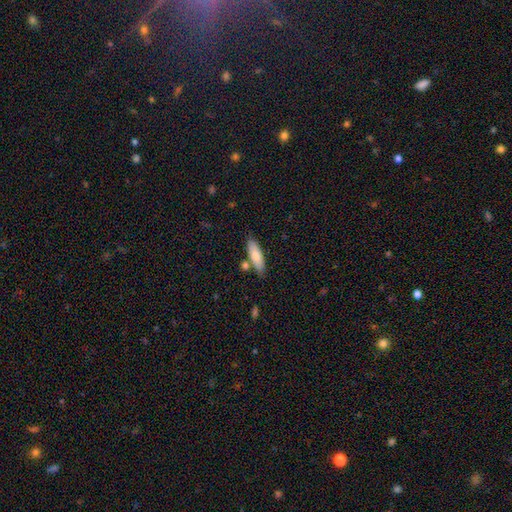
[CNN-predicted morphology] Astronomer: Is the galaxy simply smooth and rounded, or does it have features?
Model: smooth — 77%.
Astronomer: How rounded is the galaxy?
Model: cigar-shaped — 54% (runner-up: in between, 44%).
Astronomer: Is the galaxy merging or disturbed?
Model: none — 76%.